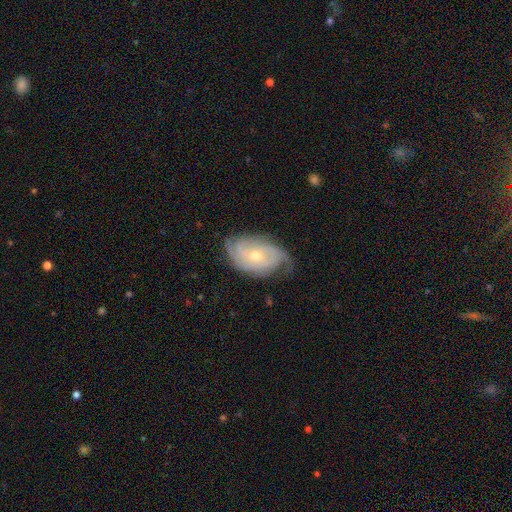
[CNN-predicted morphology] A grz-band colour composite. It shows a featured or disk galaxy (81%) with no bar (75%), tight (65%) spiral arms (94%) and a small central bulge (54%). Merging: none (70%).